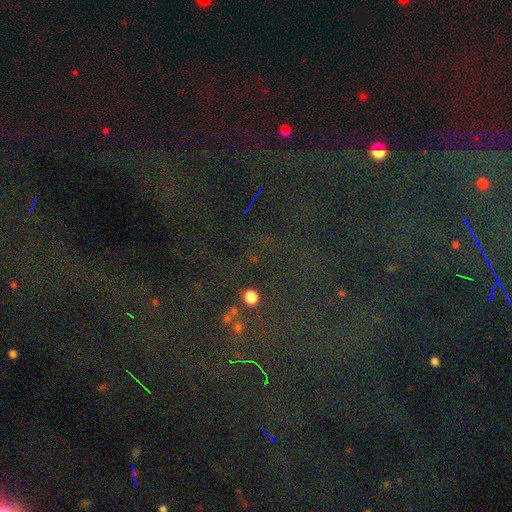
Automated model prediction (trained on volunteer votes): Morphology: type=star or artifact (81%).